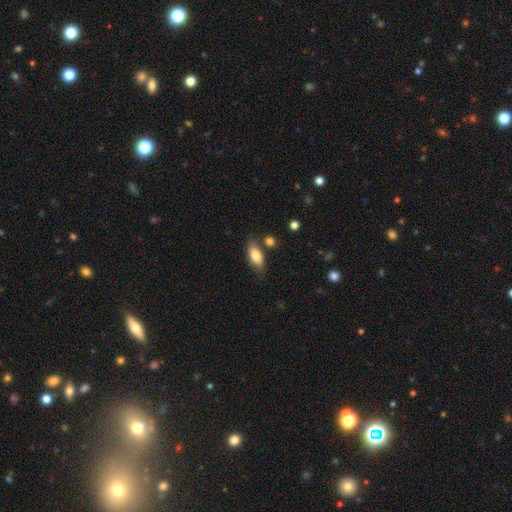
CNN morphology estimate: This appears to be a smooth galaxy with no disk features (80%) that is in between round and cigar-shaped (85%). Merging: none (74%).